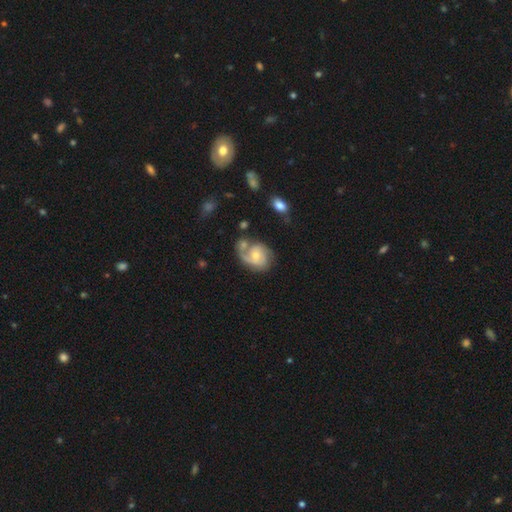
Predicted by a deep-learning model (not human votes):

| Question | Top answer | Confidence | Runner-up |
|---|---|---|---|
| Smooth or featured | featured or disk | 71% | smooth (23%) |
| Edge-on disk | no | 97% | yes (3%) |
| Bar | no | 67% | weak (28%) |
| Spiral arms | yes | 89% | no (11%) |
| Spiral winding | medium | 43% | tight (35%) |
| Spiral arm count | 2 | 49% | 1 (25%) |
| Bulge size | small | 48% | moderate (45%) |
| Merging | none | 44% | minor disturbance (21%) |